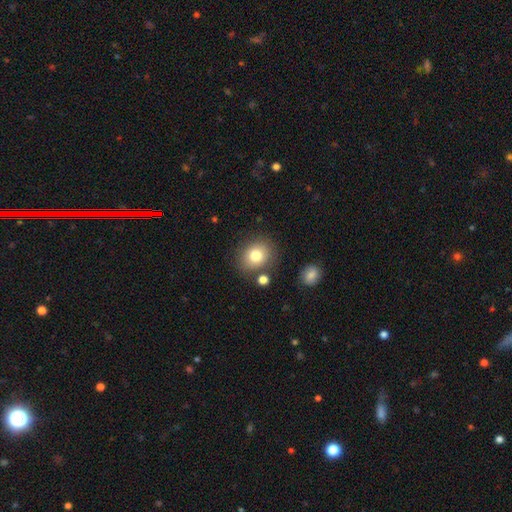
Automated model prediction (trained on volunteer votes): This appears to be a smooth galaxy with no disk features (79%) that is round (64%). Merging: none (79%).